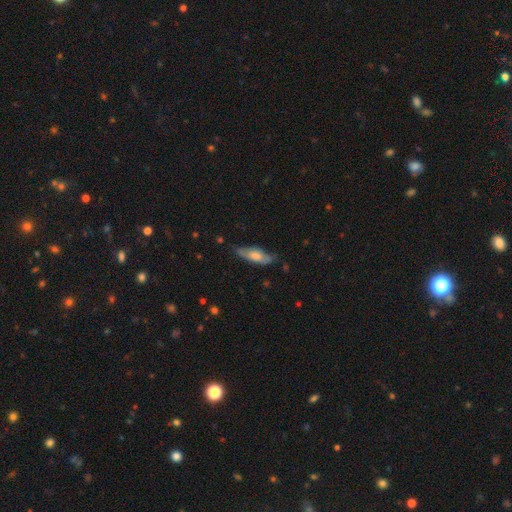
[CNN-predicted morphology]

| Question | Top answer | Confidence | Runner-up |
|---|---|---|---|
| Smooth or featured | smooth | 55% | featured or disk (39%) |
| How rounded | in between | 60% | cigar-shaped (37%) |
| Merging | none | 67% | minor disturbance (26%) |